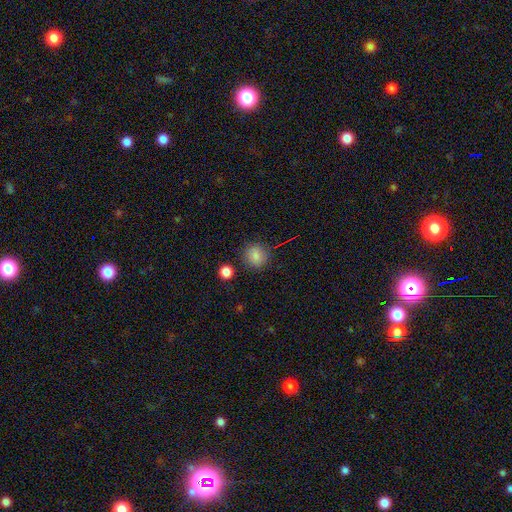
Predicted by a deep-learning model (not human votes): Smooth or featured: smooth — 83% (star or artifact — 12%)
How rounded: round — 86% (in between — 13%)
Merging: none — 85% (minor disturbance — 9%)